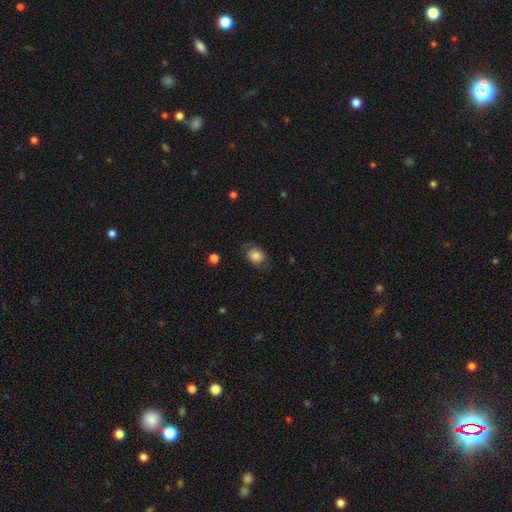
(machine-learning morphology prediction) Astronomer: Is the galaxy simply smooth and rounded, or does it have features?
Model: smooth — 72%.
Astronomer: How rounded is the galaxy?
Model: in between — 58% (runner-up: round, 41%).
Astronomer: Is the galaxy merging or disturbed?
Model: none — 67%.